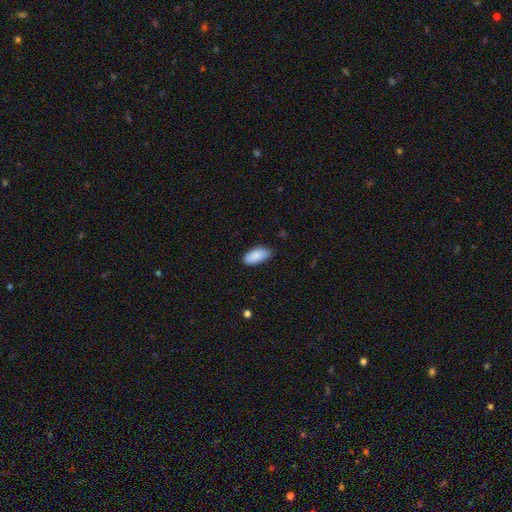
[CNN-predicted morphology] This is clearly a smooth galaxy (89%). How rounded: clearly in between (93%). Merging: likely none (80%).